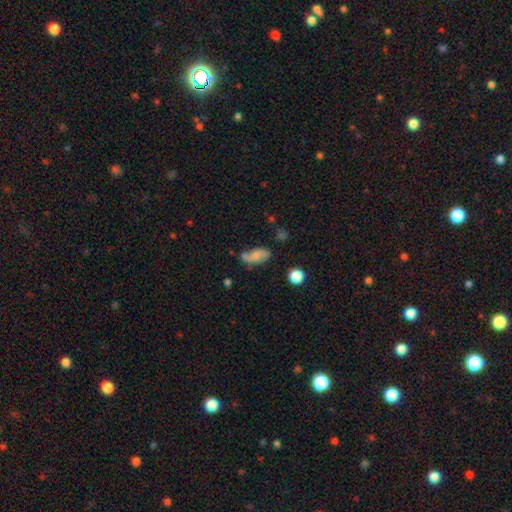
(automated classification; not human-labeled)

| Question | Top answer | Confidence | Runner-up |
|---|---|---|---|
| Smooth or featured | smooth | 56% | featured or disk (34%) |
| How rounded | in between | 86% | cigar-shaped (8%) |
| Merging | none | 53% | minor disturbance (26%) |